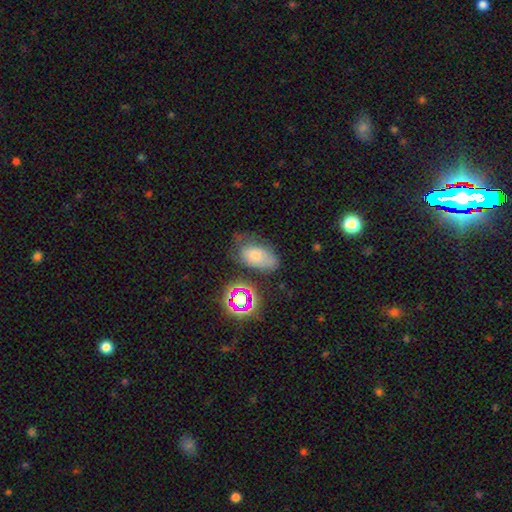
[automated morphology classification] smooth_or_featured: smooth (p=0.57) [alt: featured or disk p=0.23]
how_rounded: in between (p=0.87) [alt: round p=0.10]
merging: none (p=0.50) [alt: minor disturbance p=0.30]